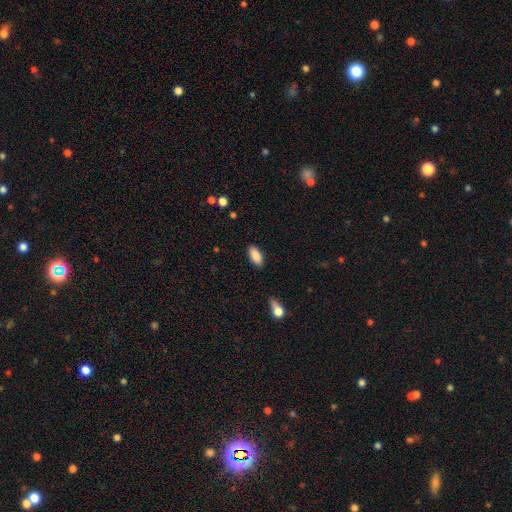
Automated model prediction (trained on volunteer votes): Smooth or featured? Predicted: smooth (p=0.87). How rounded? Predicted: in between (p=0.91). Merging? Predicted: none (p=0.86).